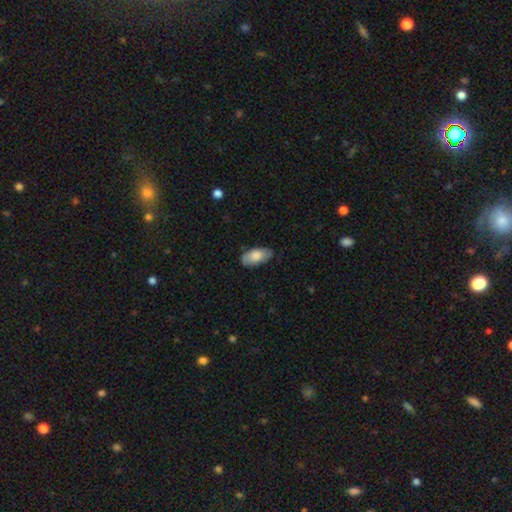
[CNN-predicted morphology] smooth_or_featured: smooth (p=0.80) [alt: featured or disk p=0.14]
how_rounded: in between (p=0.93) [alt: cigar-shaped p=0.05]
merging: none (p=0.75) [alt: minor disturbance p=0.20]